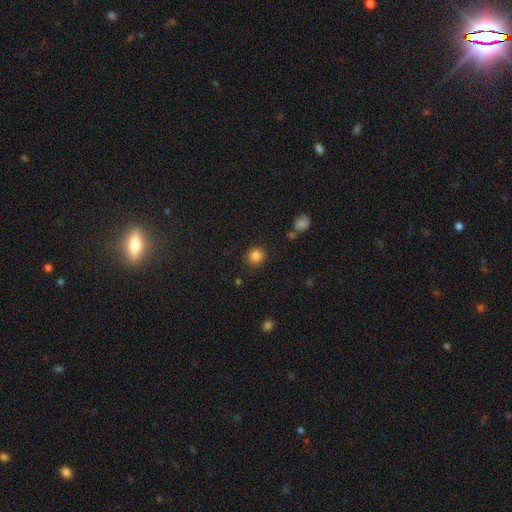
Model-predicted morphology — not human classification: A smooth galaxy with no disk features (85%) that is round (91%). Merging: none (88%).